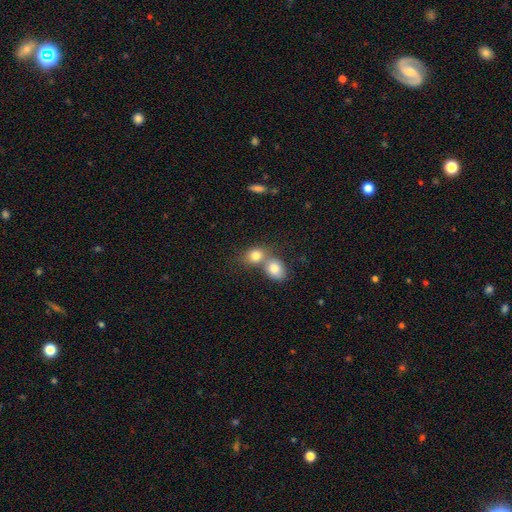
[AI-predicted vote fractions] smooth-or-featured: smooth: 79% | featured or disk: 11% | star or artifact: 10%
  how-rounded: round: 54% | in between: 45% | cigar-shaped: 1%
  merging: merger: 59% | none: 32% | minor disturbance: 7% | major disturbance: 3%